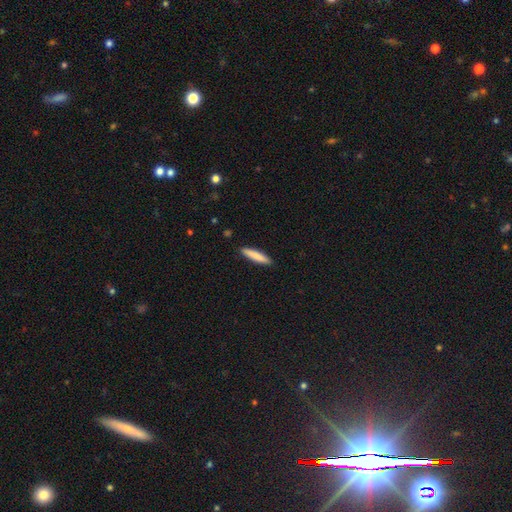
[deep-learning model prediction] Smooth or featured? Predicted: smooth (p=0.84). How rounded? Predicted: cigar-shaped (p=0.88). Merging? Predicted: none (p=0.91).